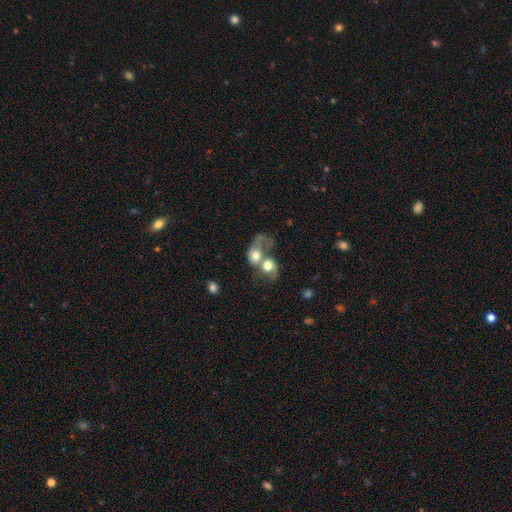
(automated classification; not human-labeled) Smooth or featured? smooth (54%)
How rounded? round (53%)
Merging? merger (74%)